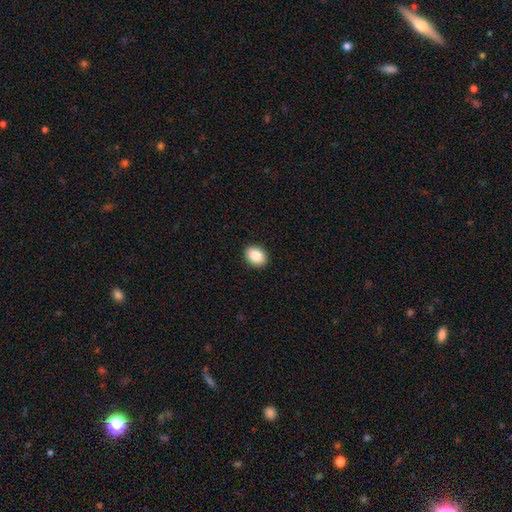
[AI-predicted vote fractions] Q: Smooth or featured?
A: smooth (86%); runner-up: star or artifact (8%)
Q: How rounded?
A: in between (63%); runner-up: round (36%)
Q: Merging?
A: none (92%); runner-up: minor disturbance (6%)